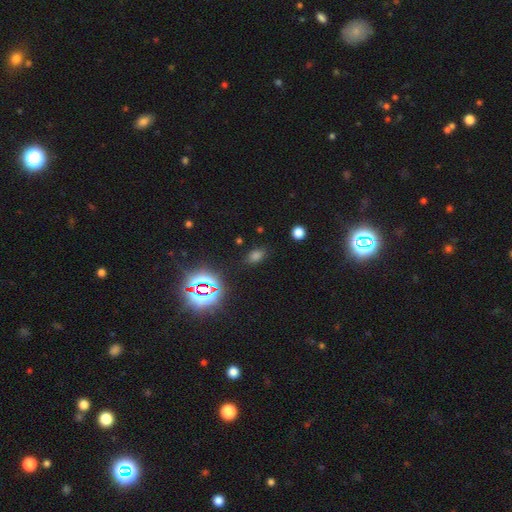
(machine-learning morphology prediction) smooth_or_featured: smooth (p=0.58) [alt: star or artifact p=0.35]
how_rounded: in between (p=0.81) [alt: round p=0.16]
merging: none (p=0.83) [alt: minor disturbance p=0.11]